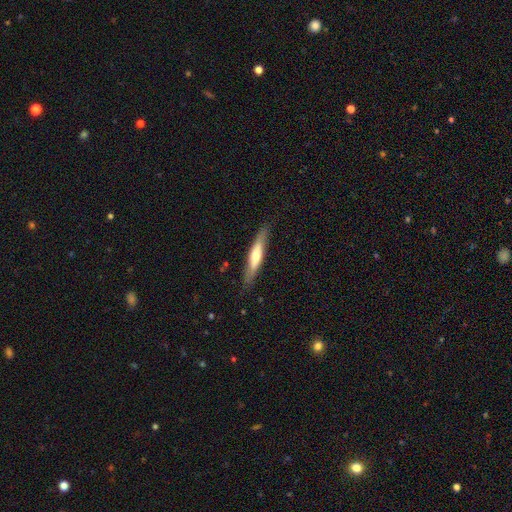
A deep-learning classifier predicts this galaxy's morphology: This is possibly a featured or disk galaxy (48%). Merging: clearly none (83%).